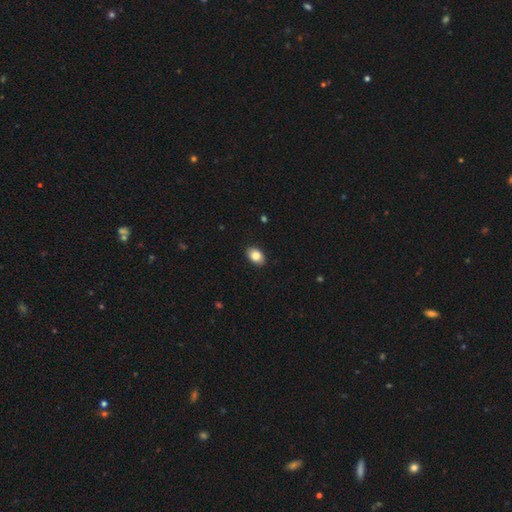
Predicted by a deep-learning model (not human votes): This is clearly a smooth galaxy (84%). How rounded: clearly in between (82%). Merging: clearly none (89%).